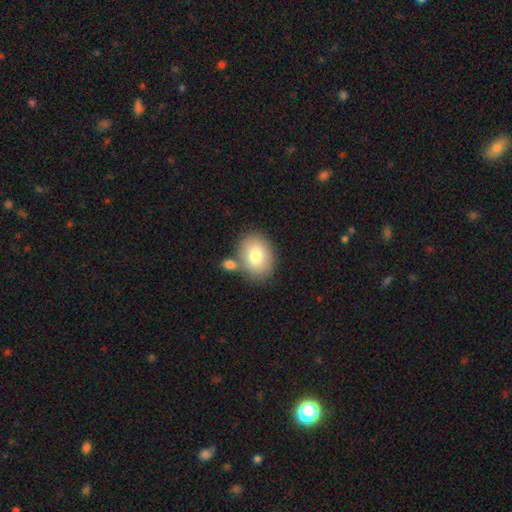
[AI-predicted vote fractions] Smooth or featured: smooth — 78% (featured or disk — 14%)
How rounded: in between — 66% (round — 33%)
Merging: none — 66% (merger — 18%)